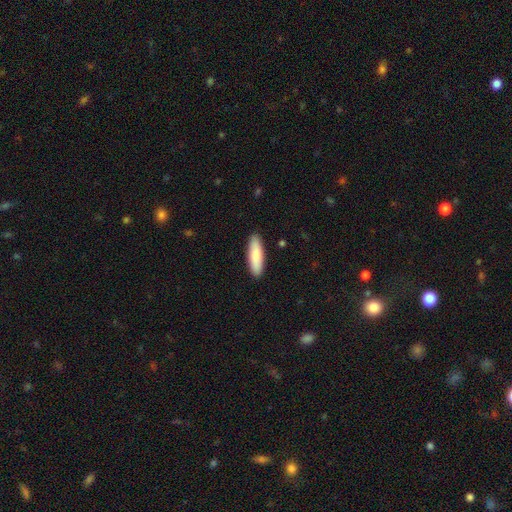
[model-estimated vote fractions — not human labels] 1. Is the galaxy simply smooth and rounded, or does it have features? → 84% smooth, 11% featured or disk, 5% star or artifact.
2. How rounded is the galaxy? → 55% cigar-shaped, 43% in between, 1% round.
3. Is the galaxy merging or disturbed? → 90% none, 7% minor disturbance, 2% major disturbance, 1% merger.